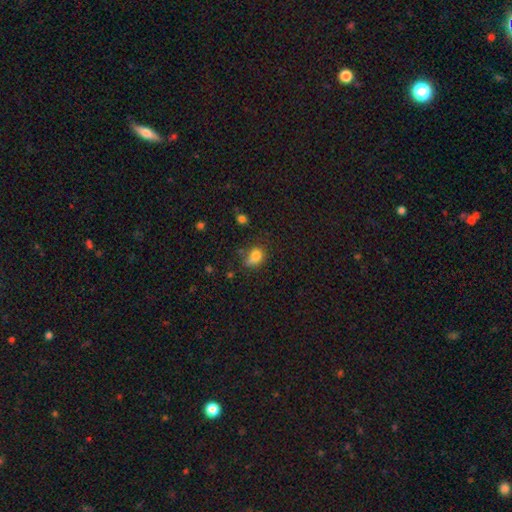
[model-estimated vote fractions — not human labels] smooth_or_featured: smooth (p=0.80) [alt: star or artifact p=0.11]
how_rounded: in between (p=0.51) [alt: round p=0.48]
merging: none (p=0.48) [alt: minor disturbance p=0.31]